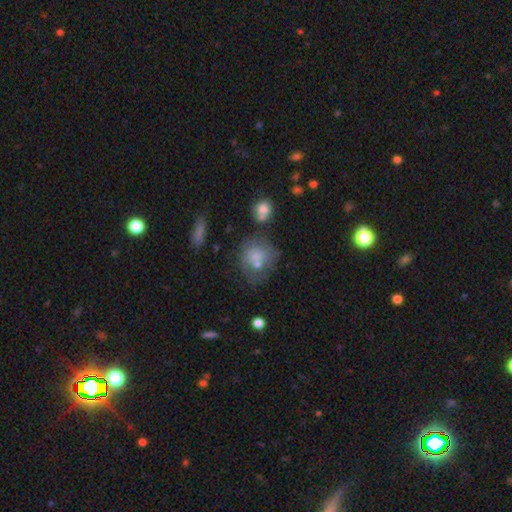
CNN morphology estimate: A smooth galaxy with no disk features (55%) that is round (70%).

Vote fractions:
- Smooth or featured? smooth: 55% / featured or disk: 29% / star or artifact: 16%
- How rounded? round: 70% / in between: 28% / cigar-shaped: 2%
- Merging? none: 47% / minor disturbance: 21% / merger: 17% / major disturbance: 15%